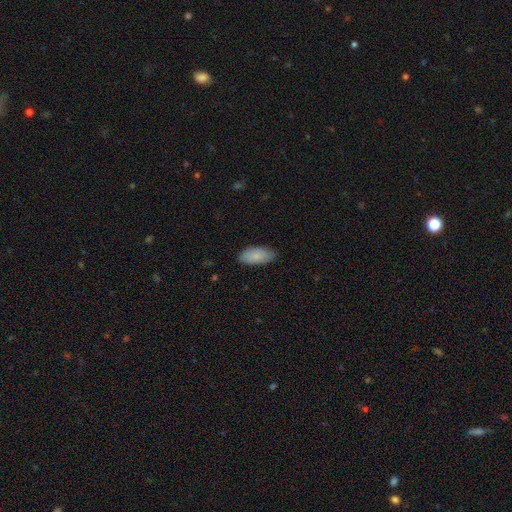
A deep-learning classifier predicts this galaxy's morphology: The model was most divided on "merging": none: 82%, minor disturbance: 15%, major disturbance: 2%, merger: 1%. More confident: how rounded — in between (92%); smooth or featured — smooth (81%).